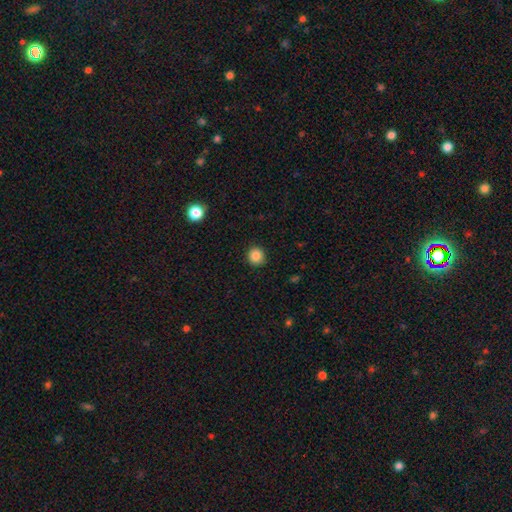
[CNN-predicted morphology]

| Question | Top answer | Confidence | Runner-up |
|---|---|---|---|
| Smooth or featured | smooth | 86% | star or artifact (10%) |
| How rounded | round | 90% | in between (9%) |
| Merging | none | 91% | minor disturbance (6%) |